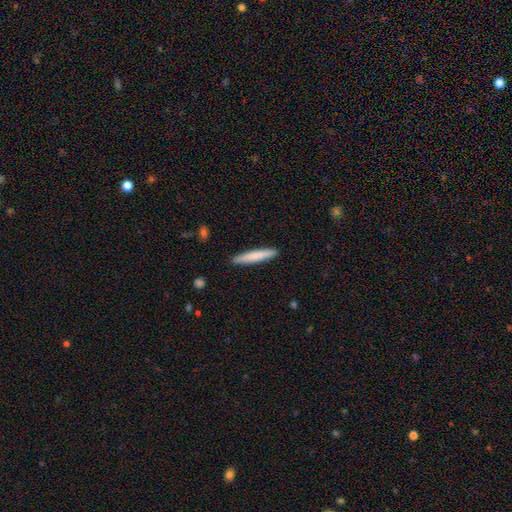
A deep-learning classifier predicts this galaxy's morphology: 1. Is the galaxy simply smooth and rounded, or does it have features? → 75% smooth, 20% featured or disk, 5% star or artifact.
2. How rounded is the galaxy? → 95% cigar-shaped, 4% in between, 1% round.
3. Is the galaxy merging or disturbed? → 91% none, 6% minor disturbance, 1% major disturbance, 1% merger.